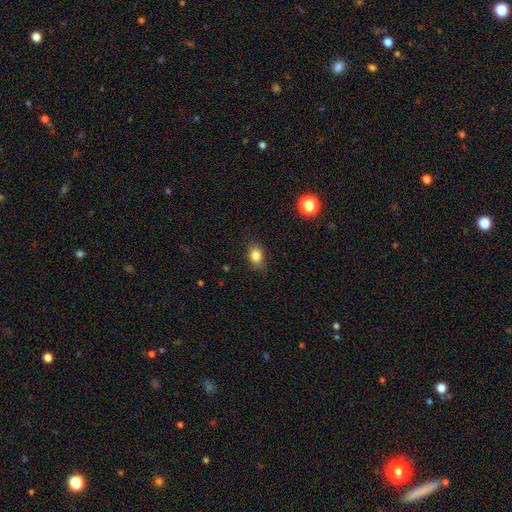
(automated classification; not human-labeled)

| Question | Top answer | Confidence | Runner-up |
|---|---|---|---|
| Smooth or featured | smooth | 83% | star or artifact (10%) |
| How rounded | in between | 70% | round (29%) |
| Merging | none | 82% | minor disturbance (14%) |